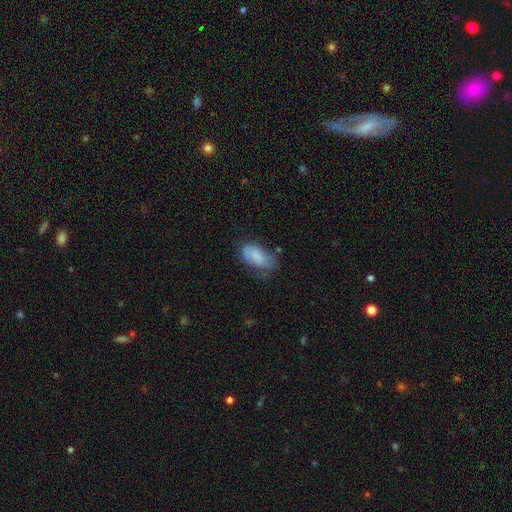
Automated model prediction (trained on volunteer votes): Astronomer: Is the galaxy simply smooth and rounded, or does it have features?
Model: smooth — 77%.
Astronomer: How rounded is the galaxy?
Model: in between — 92%.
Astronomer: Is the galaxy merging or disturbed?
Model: none — 46% (runner-up: minor disturbance, 34%).